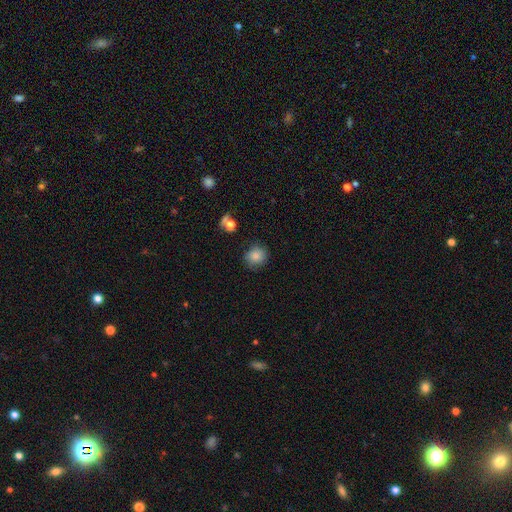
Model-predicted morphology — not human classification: smooth-or-featured: smooth: 84% | star or artifact: 11% | featured or disk: 5%
  how-rounded: round: 85% | in between: 14% | cigar-shaped: 1%
  merging: none: 83% | minor disturbance: 12% | major disturbance: 3% | merger: 2%